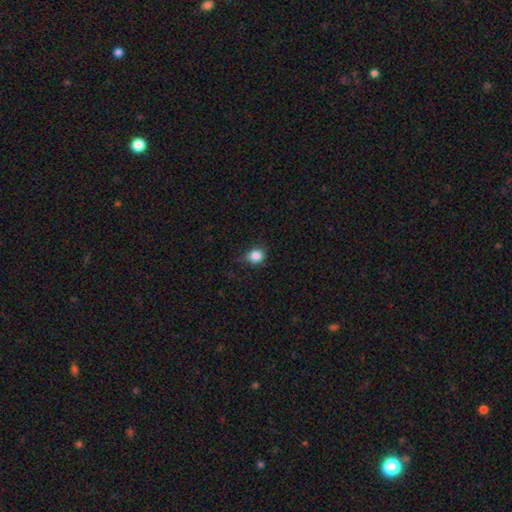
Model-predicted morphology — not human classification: This appears to be a smooth galaxy with no disk features (84%) that is round (75%). Merging: none (70%).